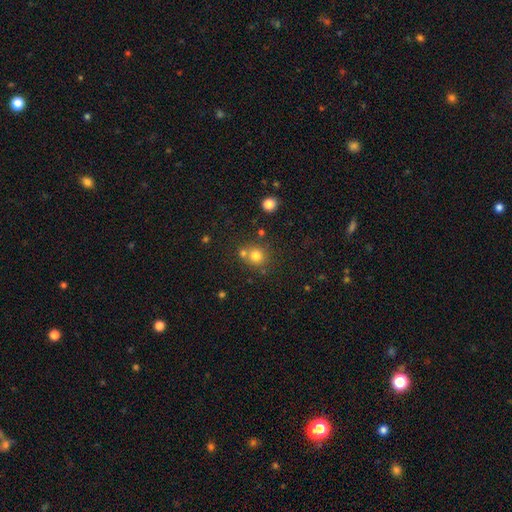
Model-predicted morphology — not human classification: This appears to be a smooth galaxy with no disk features (76%) that is round (86%). Merging: none (62%).